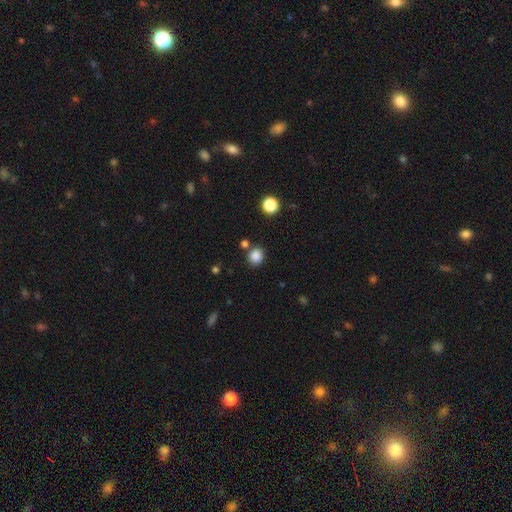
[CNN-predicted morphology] A smooth galaxy with no disk features (85%) that is round (78%).

Vote fractions:
- Smooth or featured? smooth: 85% / star or artifact: 11% / featured or disk: 4%
- How rounded? round: 78% / in between: 21% / cigar-shaped: 1%
- Merging? none: 80% / minor disturbance: 9% / merger: 8% / major disturbance: 3%